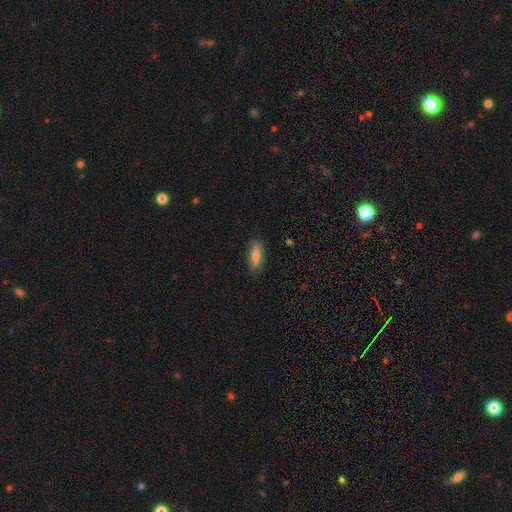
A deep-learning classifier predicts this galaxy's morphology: Q: Smooth or featured?
A: smooth (71%); runner-up: featured or disk (22%)
Q: How rounded?
A: in between (50%); runner-up: cigar-shaped (47%)
Q: Merging?
A: none (84%); runner-up: minor disturbance (12%)